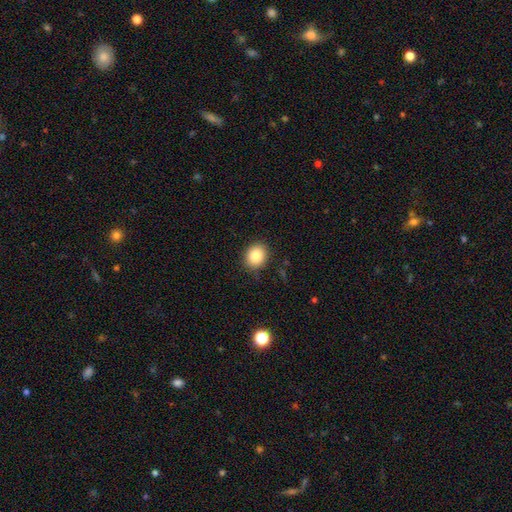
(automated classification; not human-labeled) Overall: smooth (85%). How rounded: round (61%; in between 38%). Merging: none (87%).